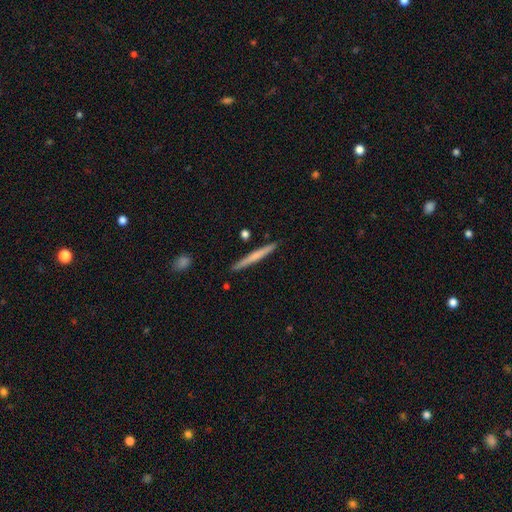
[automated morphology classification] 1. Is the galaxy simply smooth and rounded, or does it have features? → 56% smooth, 39% featured or disk, 5% star or artifact.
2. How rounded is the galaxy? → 97% cigar-shaped, 2% in between, 1% round.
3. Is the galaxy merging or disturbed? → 90% none, 7% minor disturbance, 2% merger, 1% major disturbance.